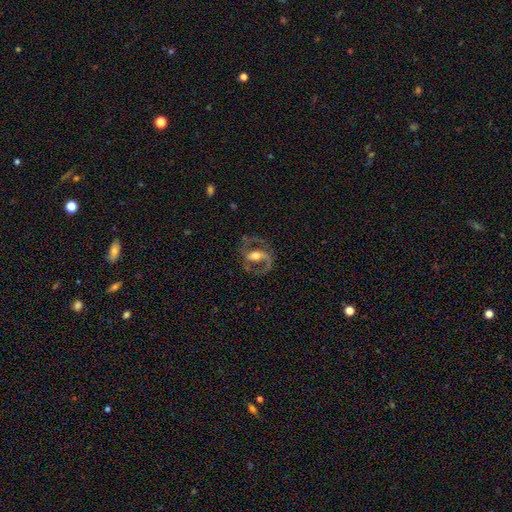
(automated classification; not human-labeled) A featured or disk galaxy (87%) with a strong bar (44%), 2 (89%) medium (58%) spiral arms (93%) and a moderate central bulge (67%). Merging: none (74%).